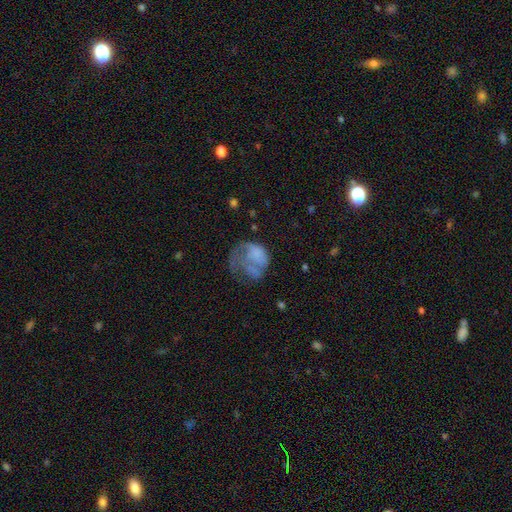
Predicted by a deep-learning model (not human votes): Q: Smooth or featured?
A: smooth (49%); runner-up: featured or disk (41%)
Q: Merging?
A: major disturbance (51%); runner-up: none (22%)